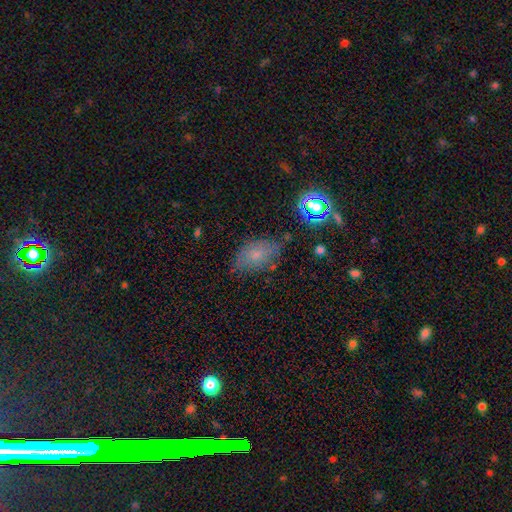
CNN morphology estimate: Overall: smooth (67%). How rounded: in between (88%). Merging: none (68%).